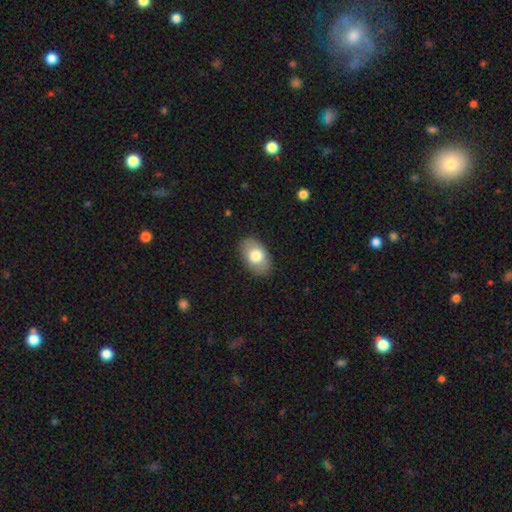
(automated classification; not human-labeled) Smooth or featured: smooth — 73% (featured or disk — 20%)
How rounded: in between — 90% (round — 9%)
Merging: none — 86% (minor disturbance — 11%)